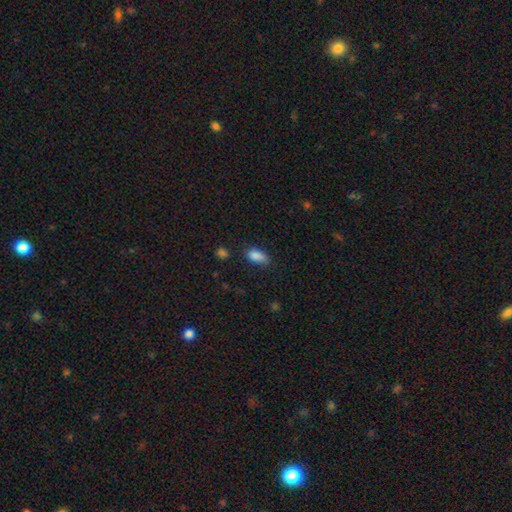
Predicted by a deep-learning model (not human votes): smooth_or_featured: smooth (p=0.86) [alt: star or artifact p=0.09]
how_rounded: in between (p=0.87) [alt: cigar-shaped p=0.08]
merging: none (p=0.65) [alt: minor disturbance p=0.25]